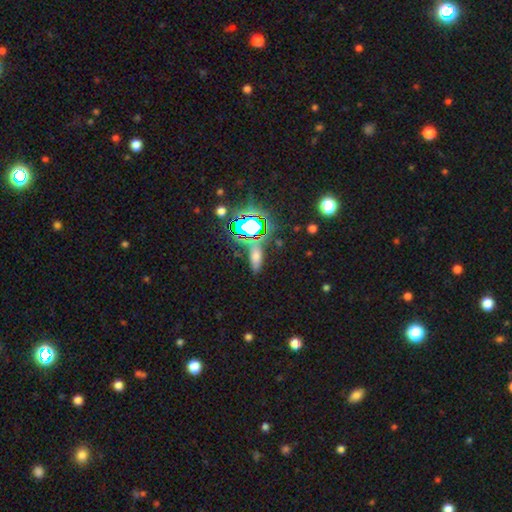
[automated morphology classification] A smooth galaxy with no disk features (53%) that is in between round and cigar-shaped (59%).

Vote fractions:
- Smooth or featured? smooth: 53% / star or artifact: 33% / featured or disk: 14%
- How rounded? in between: 59% / cigar-shaped: 32% / round: 8%
- Merging? none: 71% / minor disturbance: 15% / merger: 7% / major disturbance: 6%